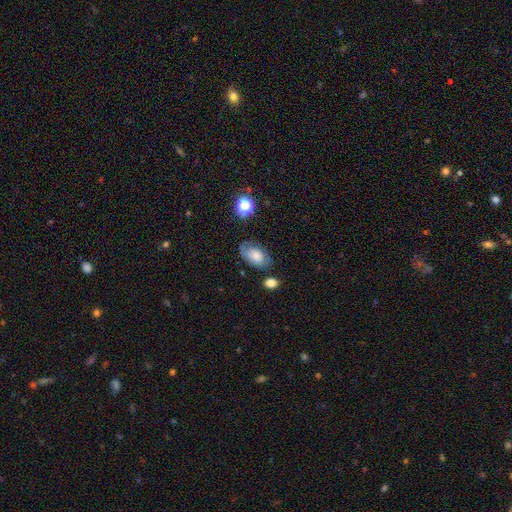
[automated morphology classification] The model was most divided on "smooth or featured": smooth: 61%, featured or disk: 29%, star or artifact: 10%. More confident: how rounded — in between (89%); merging — none (59%).